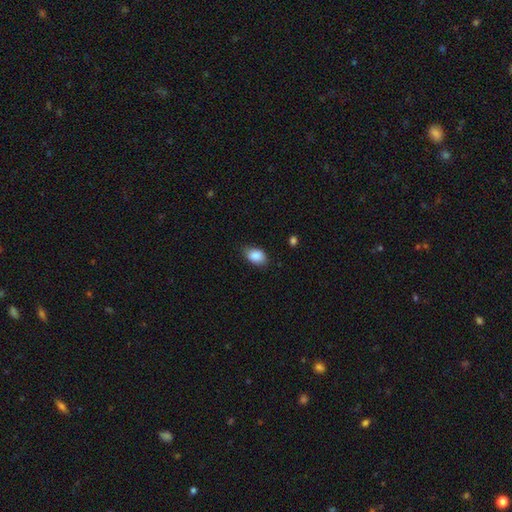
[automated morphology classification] Overall: smooth (88%). How rounded: in between (84%). Merging: none (74%).